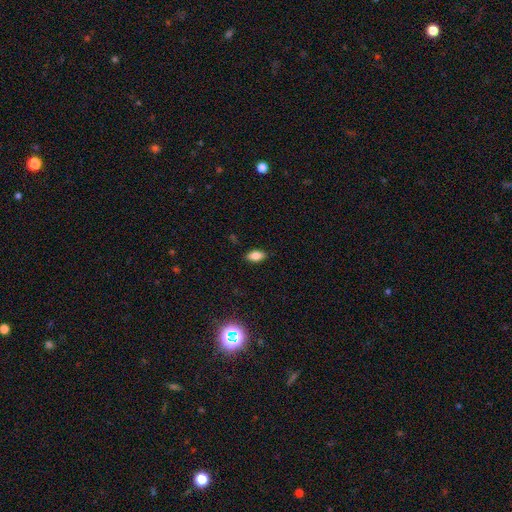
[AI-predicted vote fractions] This appears to be a smooth galaxy with no disk features (82%) that is in between round and cigar-shaped (89%). Merging: none (87%).